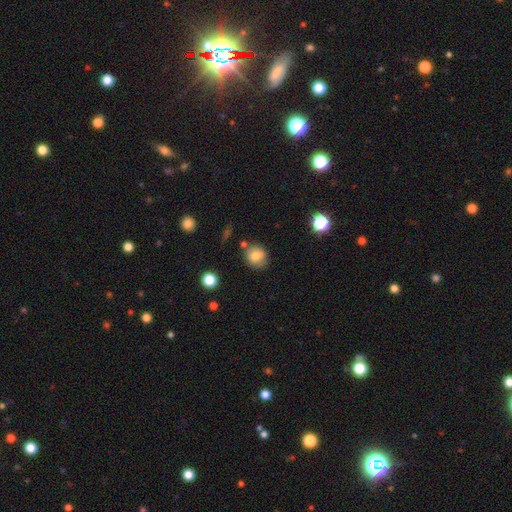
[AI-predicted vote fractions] Overall: smooth (80%). How rounded: round (80%). Merging: none (74%).